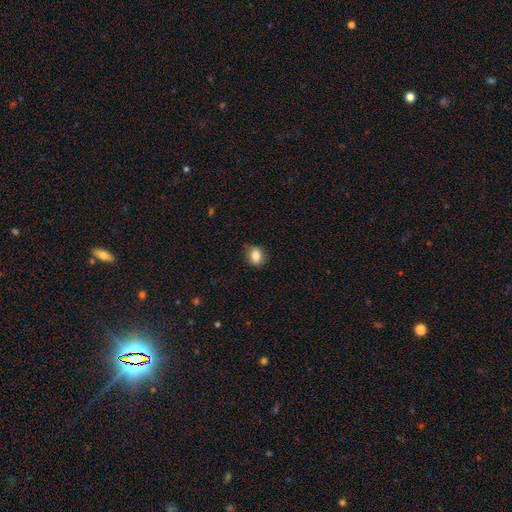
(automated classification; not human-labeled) This is clearly a smooth galaxy (84%). How rounded: likely in between (63%). Merging: likely none (79%).